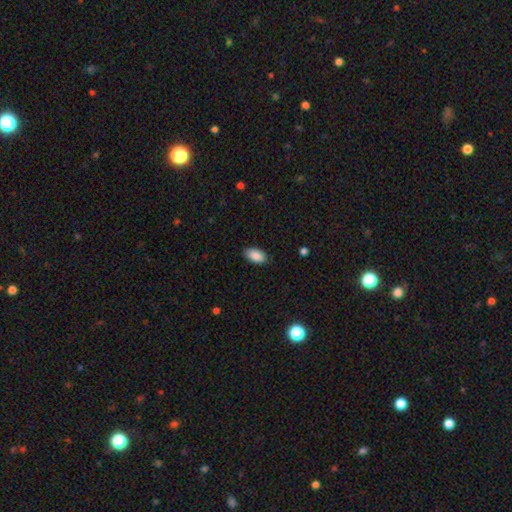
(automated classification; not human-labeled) smooth 89%, star or artifact 7%, featured or disk 4%. Down the decision tree: how rounded — in between (94%); merging — none (86%).